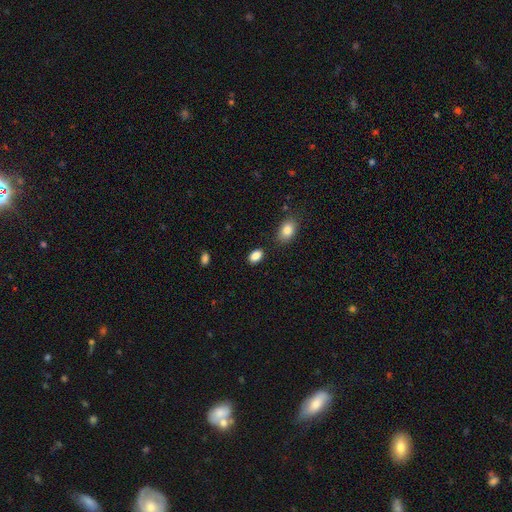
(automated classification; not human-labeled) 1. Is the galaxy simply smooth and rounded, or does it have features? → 88% smooth, 8% star or artifact, 4% featured or disk.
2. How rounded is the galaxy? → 89% in between, 10% round, 2% cigar-shaped.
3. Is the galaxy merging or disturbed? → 84% none, 10% minor disturbance, 3% merger, 3% major disturbance.